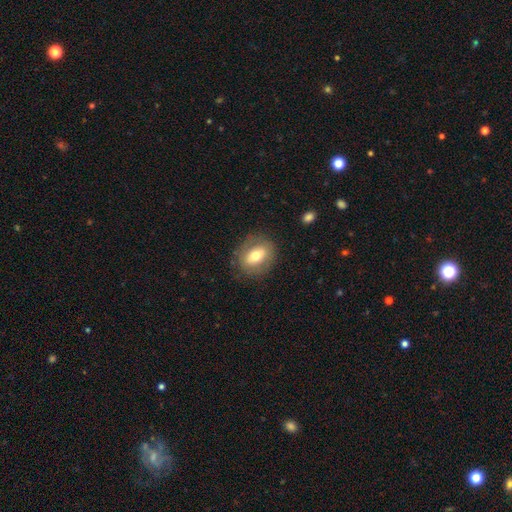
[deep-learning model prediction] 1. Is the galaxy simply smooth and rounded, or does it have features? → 63% smooth, 29% featured or disk, 8% star or artifact.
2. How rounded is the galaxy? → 60% in between, 38% round, 2% cigar-shaped.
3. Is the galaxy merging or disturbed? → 80% none, 13% minor disturbance, 5% major disturbance, 1% merger.